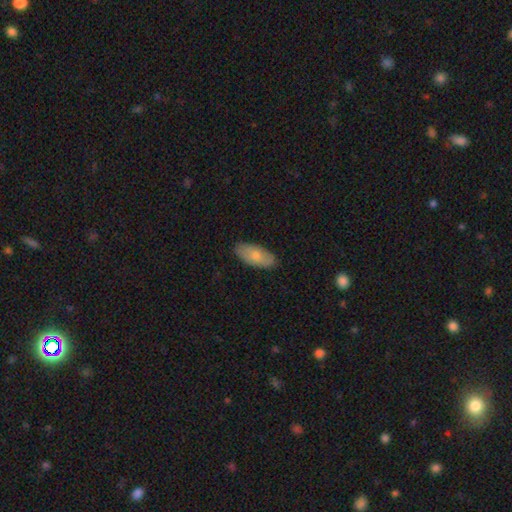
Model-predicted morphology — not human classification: Smooth or featured? Predicted: smooth (p=0.74). How rounded? Predicted: in between (p=0.91). Merging? Predicted: none (p=0.85).